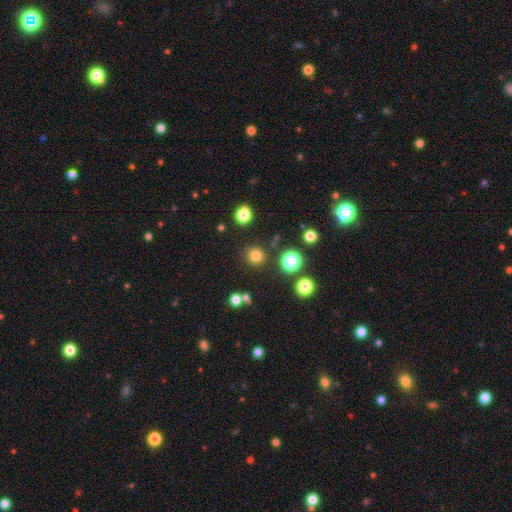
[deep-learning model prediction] Q: Smooth or featured?
A: smooth (78%); runner-up: star or artifact (17%)
Q: How rounded?
A: round (93%); runner-up: in between (6%)
Q: Merging?
A: none (88%); runner-up: minor disturbance (6%)